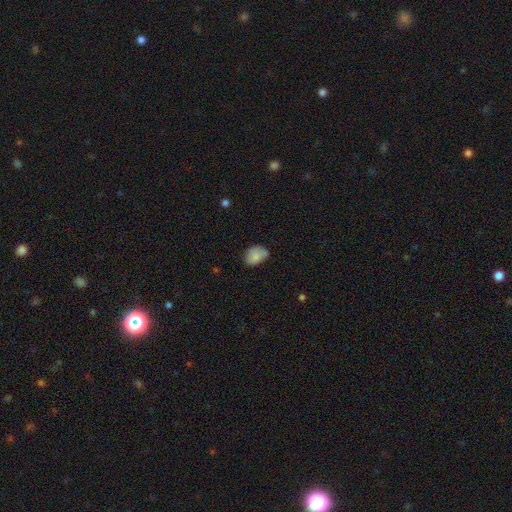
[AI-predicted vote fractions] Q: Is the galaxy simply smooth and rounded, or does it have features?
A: smooth — 78%.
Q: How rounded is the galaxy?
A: in between — 67%.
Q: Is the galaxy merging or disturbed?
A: none — 51%.